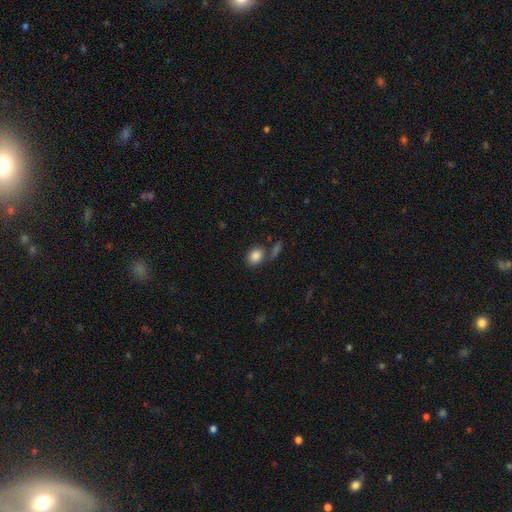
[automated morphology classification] A smooth galaxy with no disk features (85%) that is in between round and cigar-shaped (59%).

Vote fractions:
- Smooth or featured? smooth: 85% / star or artifact: 9% / featured or disk: 6%
- How rounded? in between: 59% / round: 39% / cigar-shaped: 1%
- Merging? none: 66% / merger: 16% / minor disturbance: 12% / major disturbance: 5%